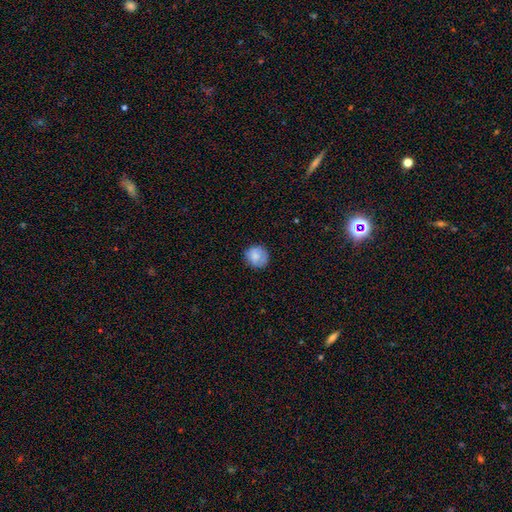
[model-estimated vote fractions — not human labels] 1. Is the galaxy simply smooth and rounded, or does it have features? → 81% smooth, 11% featured or disk, 8% star or artifact.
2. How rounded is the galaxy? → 88% round, 11% in between, 1% cigar-shaped.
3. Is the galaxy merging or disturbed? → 80% none, 15% minor disturbance, 3% major disturbance, 1% merger.